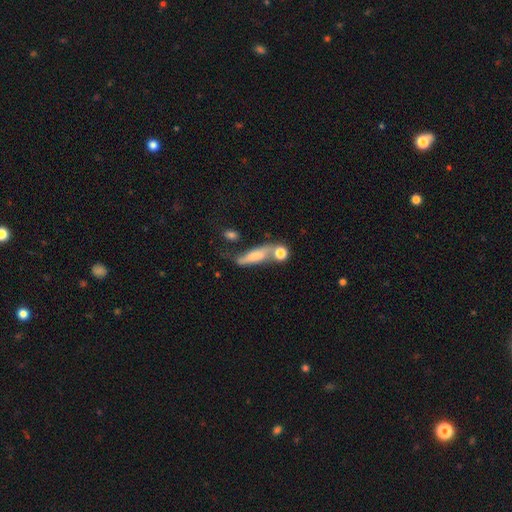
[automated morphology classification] Q: Smooth or featured?
A: smooth (55%); runner-up: featured or disk (36%)
Q: How rounded?
A: cigar-shaped (58%); runner-up: in between (35%)
Q: Merging?
A: none (41%); runner-up: merger (24%)